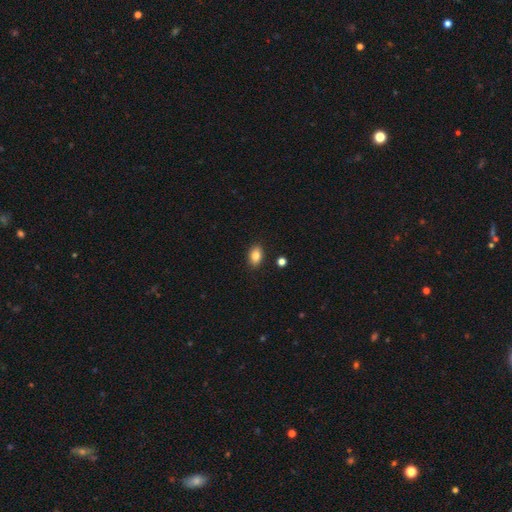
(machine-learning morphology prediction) smooth_or_featured: smooth (p=0.84) [alt: star or artifact p=0.09]
how_rounded: in between (p=0.86) [alt: round p=0.12]
merging: none (p=0.88) [alt: minor disturbance p=0.08]